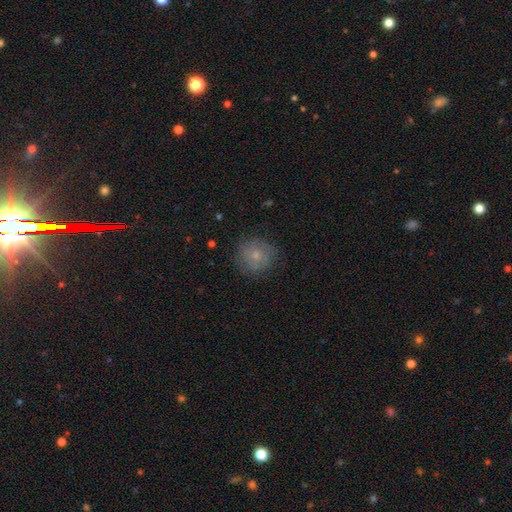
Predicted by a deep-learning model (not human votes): Morphology: type=smooth (65%); roundness=round (88%); merging=none (77%).